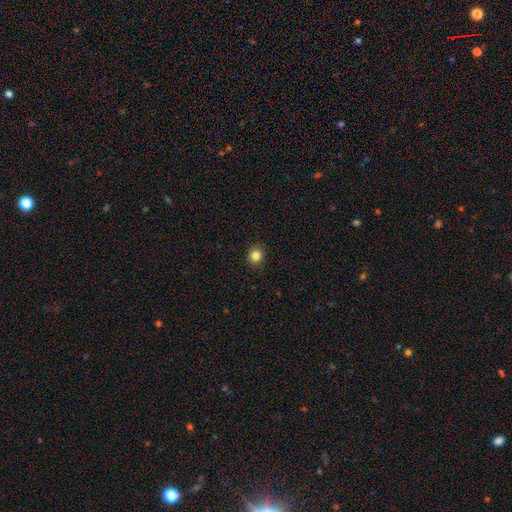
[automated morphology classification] Smooth or featured: smooth — 83% (star or artifact — 12%)
How rounded: round — 84% (in between — 15%)
Merging: none — 90% (minor disturbance — 7%)